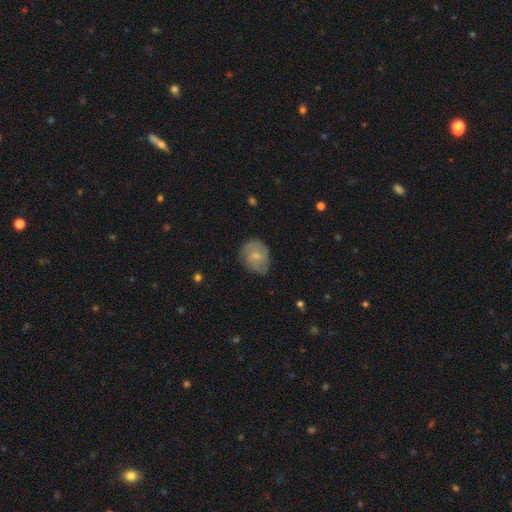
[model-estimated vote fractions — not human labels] A smooth galaxy with no disk features (52%) that is round (57%).

Vote fractions:
- Smooth or featured? smooth: 52% / featured or disk: 41% / star or artifact: 7%
- How rounded? round: 57% / in between: 42% / cigar-shaped: 1%
- Merging? none: 68% / minor disturbance: 25% / major disturbance: 6% / merger: 1%